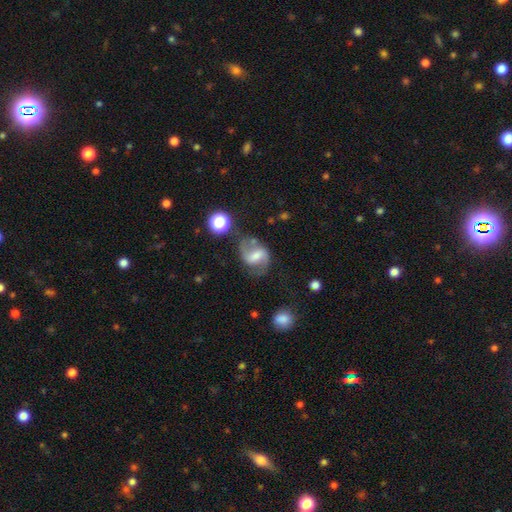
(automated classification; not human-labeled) Smooth or featured? featured or disk (64%)
Edge-on disk? no (97%)
Bar? weak (45%)
Spiral arms? yes (86%)
Spiral winding? medium (45%)
Spiral arm count? 2 (87%)
Bulge size? moderate (41%)
Merging? none (54%)